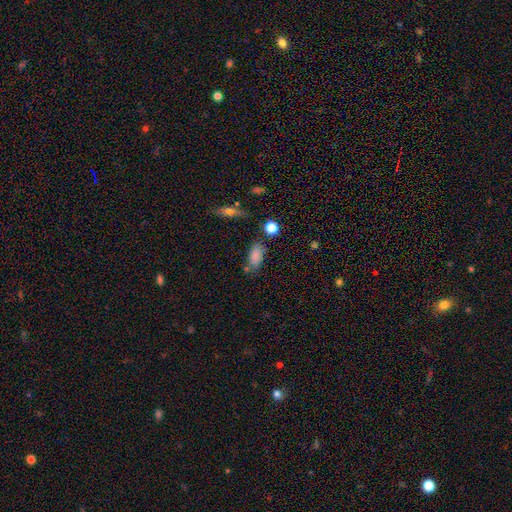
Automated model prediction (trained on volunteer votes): A smooth galaxy with no disk features (82%) that is in between round and cigar-shaped (87%).

Vote fractions:
- Smooth or featured? smooth: 82% / star or artifact: 10% / featured or disk: 8%
- How rounded? in between: 87% / cigar-shaped: 8% / round: 5%
- Merging? none: 65% / minor disturbance: 19% / merger: 10% / major disturbance: 6%